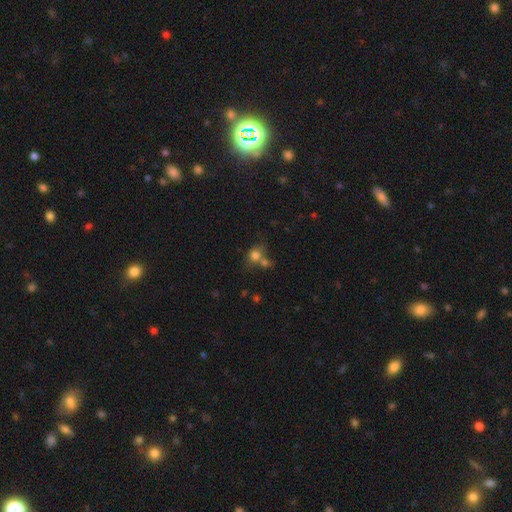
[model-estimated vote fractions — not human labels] smooth_or_featured: smooth (p=0.76) [alt: star or artifact p=0.13]
how_rounded: round (p=0.65) [alt: in between p=0.34]
merging: merger (p=0.43) [alt: none p=0.39]